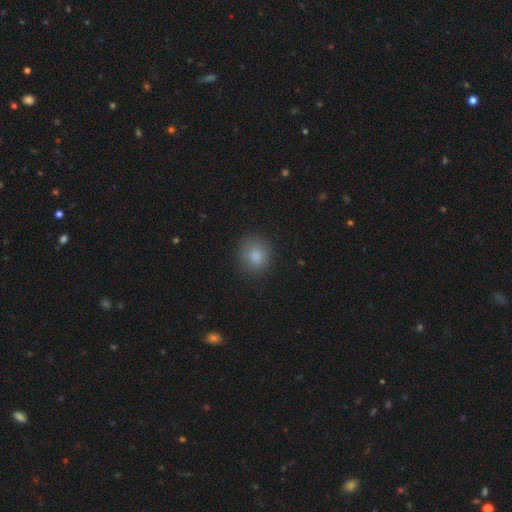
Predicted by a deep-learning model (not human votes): smooth 84%, star or artifact 10%, featured or disk 6%. Down the decision tree: how rounded — round (84%); merging — none (85%).